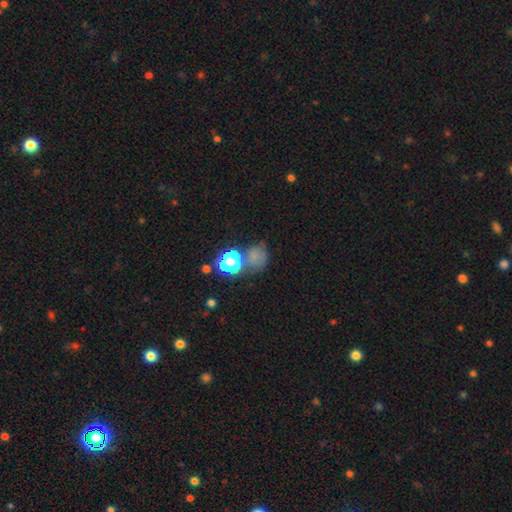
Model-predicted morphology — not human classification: Smooth or featured: smooth — 63% (star or artifact — 25%)
How rounded: round — 70% (in between — 28%)
Merging: none — 47% (merger — 24%)